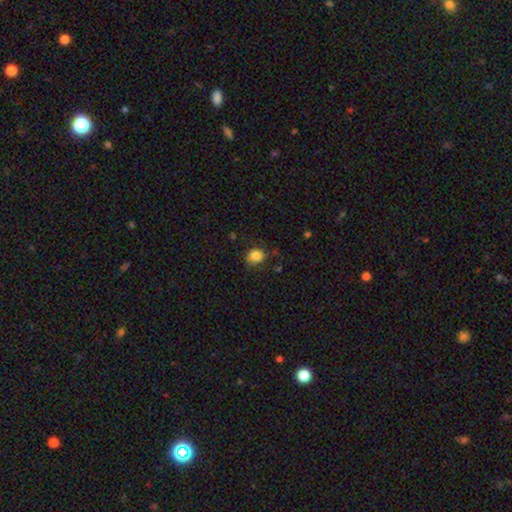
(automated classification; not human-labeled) Q: Smooth or featured?
A: smooth (85%); runner-up: star or artifact (10%)
Q: How rounded?
A: round (71%); runner-up: in between (28%)
Q: Merging?
A: none (80%); runner-up: minor disturbance (15%)